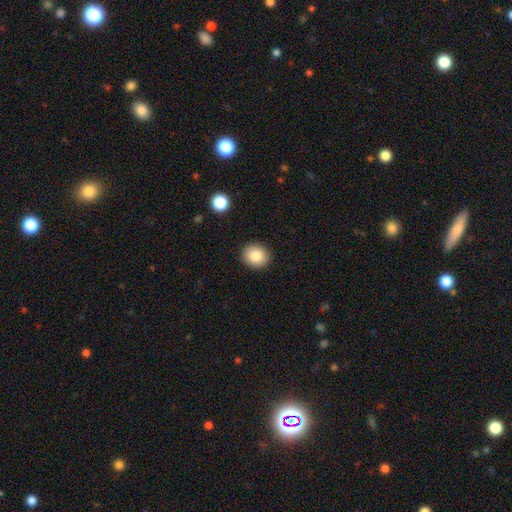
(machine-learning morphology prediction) Smooth or featured: smooth — 86% (star or artifact — 8%)
How rounded: round — 71% (in between — 29%)
Merging: none — 90% (minor disturbance — 7%)